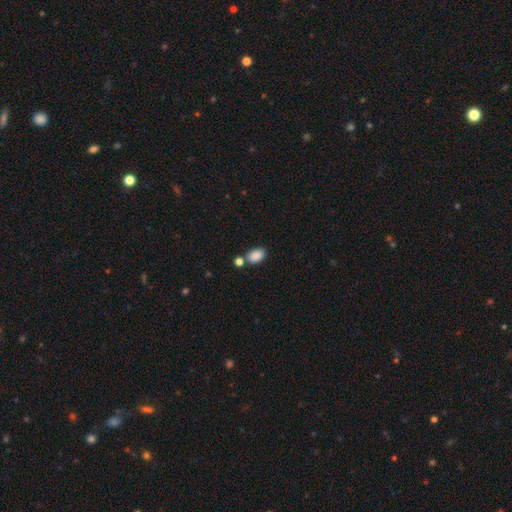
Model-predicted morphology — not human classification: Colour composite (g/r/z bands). It shows a smooth galaxy with no disk features (87%) that is in between round and cigar-shaped (85%). Merging: none (67%).